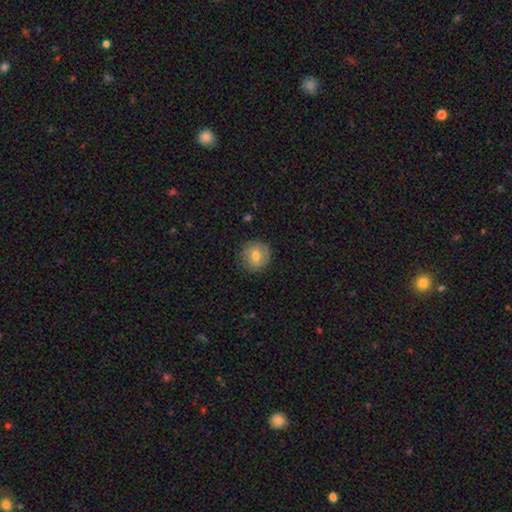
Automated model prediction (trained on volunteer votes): This is likely a smooth galaxy (74%). How rounded: clearly round (90%). Merging: clearly none (84%).